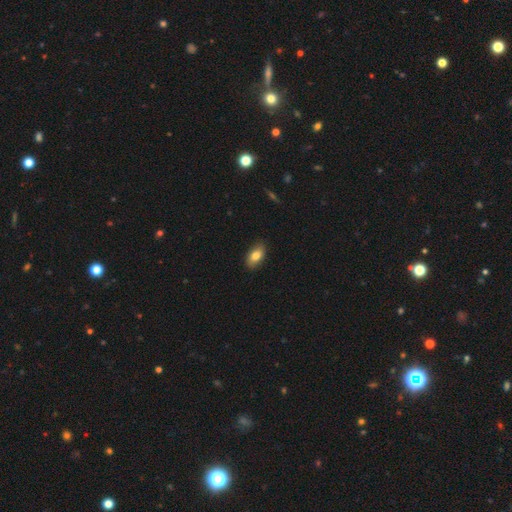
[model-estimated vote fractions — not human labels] Q: Smooth or featured?
A: smooth (81%); runner-up: featured or disk (12%)
Q: How rounded?
A: in between (91%); runner-up: round (6%)
Q: Merging?
A: none (87%); runner-up: minor disturbance (10%)